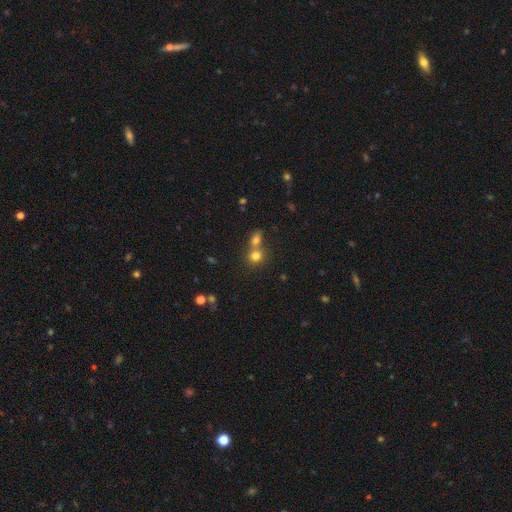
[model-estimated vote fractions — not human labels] The model was most divided on "merging": merger: 50%, none: 41%, minor disturbance: 7%, major disturbance: 3%. More confident: smooth or featured — smooth (76%); how rounded — round (74%).